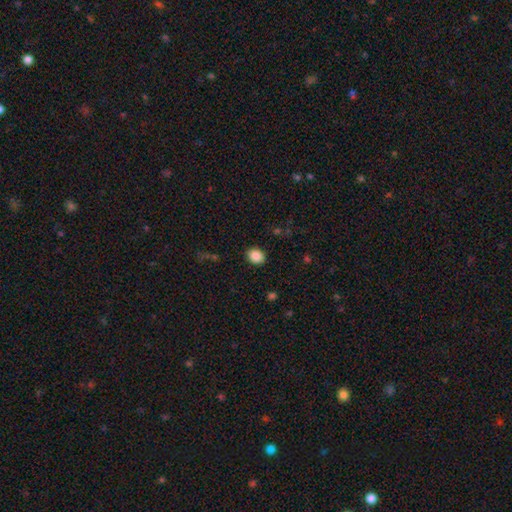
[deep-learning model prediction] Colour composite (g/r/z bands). It shows a smooth galaxy with no disk features (88%) that is in between round and cigar-shaped (51%). Merging: none (89%).